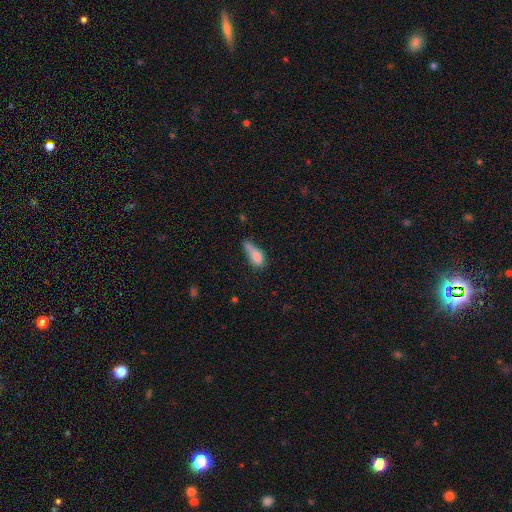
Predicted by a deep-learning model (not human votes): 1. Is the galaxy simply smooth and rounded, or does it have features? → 76% smooth, 15% featured or disk, 10% star or artifact.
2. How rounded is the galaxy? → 63% in between, 32% cigar-shaped, 5% round.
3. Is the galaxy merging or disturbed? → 35% minor disturbance, 28% none, 26% major disturbance, 11% merger.